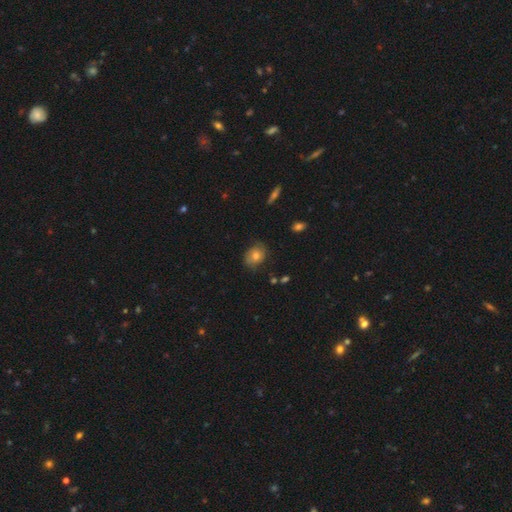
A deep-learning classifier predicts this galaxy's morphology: smooth-or-featured: smooth: 71% | featured or disk: 19% | star or artifact: 11%
  how-rounded: in between: 52% | round: 47% | cigar-shaped: 1%
  merging: none: 76% | minor disturbance: 18% | major disturbance: 4% | merger: 1%